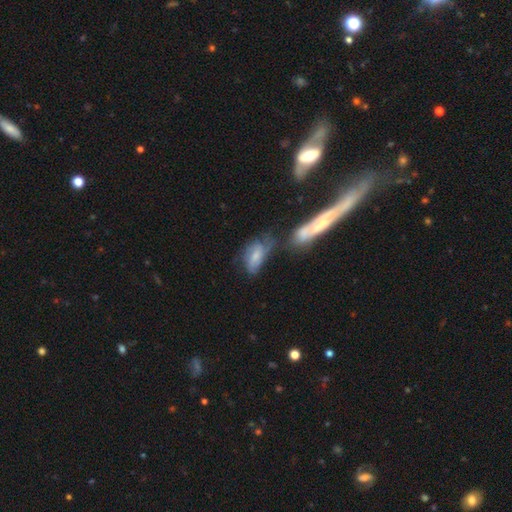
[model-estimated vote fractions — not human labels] Smooth or featured? smooth (50%)
Merging? none (33%)